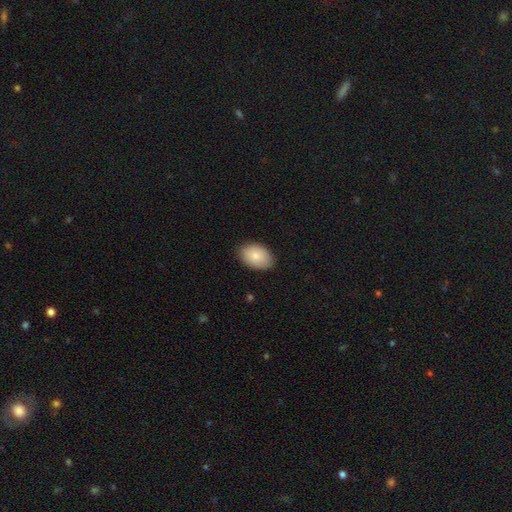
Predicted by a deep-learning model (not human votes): smooth-or-featured: smooth: 83% | featured or disk: 10% | star or artifact: 6%
  how-rounded: in between: 88% | round: 11% | cigar-shaped: 1%
  merging: none: 86% | minor disturbance: 11% | major disturbance: 2% | merger: 1%